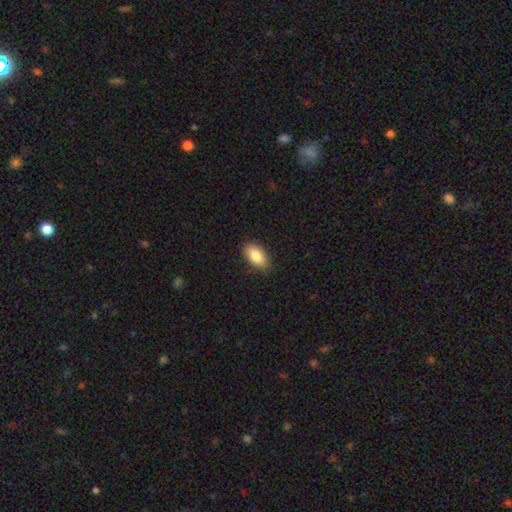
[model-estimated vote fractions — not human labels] Overall: smooth (85%). How rounded: in between (93%). Merging: none (87%).